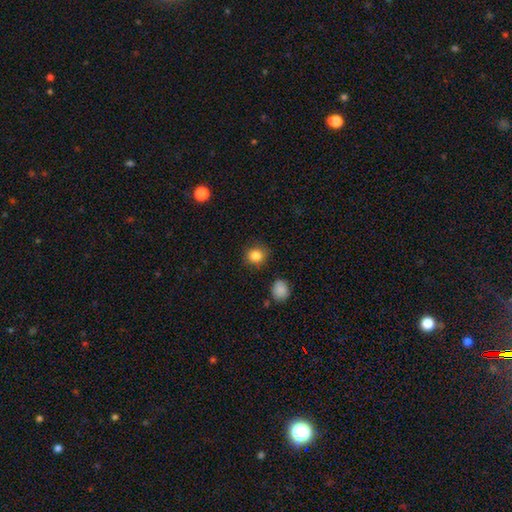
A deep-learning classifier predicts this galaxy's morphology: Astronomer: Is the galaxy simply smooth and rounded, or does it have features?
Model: smooth — 85%.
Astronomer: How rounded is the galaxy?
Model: round — 83%.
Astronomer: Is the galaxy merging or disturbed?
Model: none — 85%.